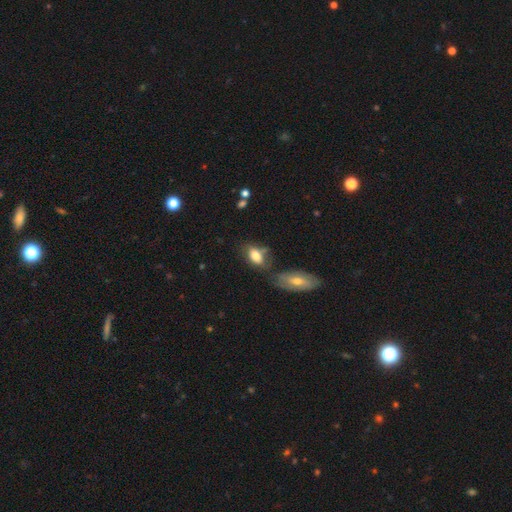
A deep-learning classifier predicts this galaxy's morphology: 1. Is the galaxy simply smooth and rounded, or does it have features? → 78% smooth, 14% featured or disk, 8% star or artifact.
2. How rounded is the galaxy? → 89% in between, 7% round, 4% cigar-shaped.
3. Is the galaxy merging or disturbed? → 50% none, 22% minor disturbance, 20% merger, 8% major disturbance.